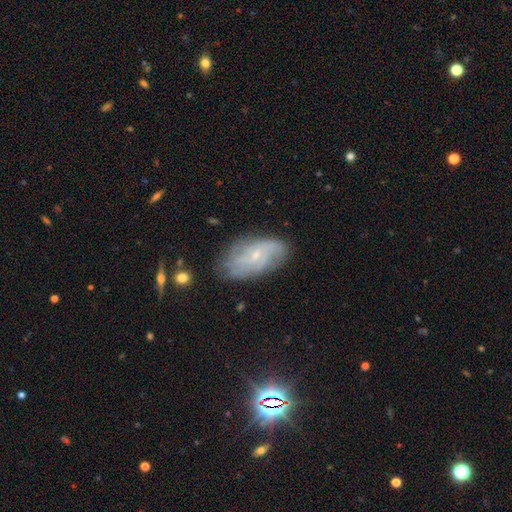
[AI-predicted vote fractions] featured or disk 68%, smooth 23%, star or artifact 9%. Down the decision tree: edge-on disk — no (94%); bar — no (60%); spiral arms — yes (87%); spiral arm count — can't tell (42%); spiral winding — tight (40%); bulge size — small (78%); merging — none (73%).